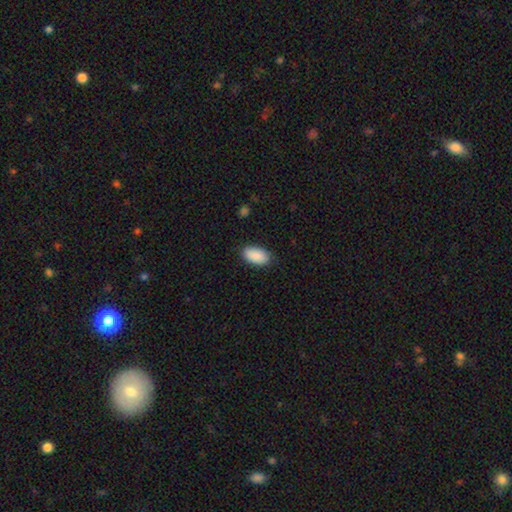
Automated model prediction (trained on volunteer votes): A smooth galaxy with no disk features (91%) that is in between round and cigar-shaped (95%).

Vote fractions:
- Smooth or featured? smooth: 91% / star or artifact: 6% / featured or disk: 3%
- How rounded? in between: 95% / round: 3% / cigar-shaped: 2%
- Merging? none: 84% / minor disturbance: 13% / major disturbance: 3% / merger: 1%